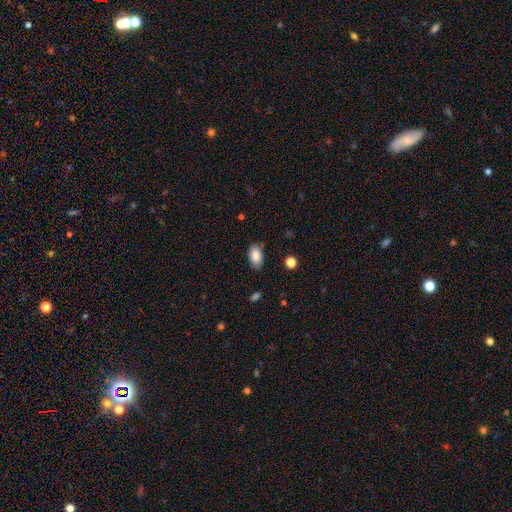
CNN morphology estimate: This is clearly a smooth galaxy (87%). How rounded: clearly in between (93%). Merging: clearly none (83%).